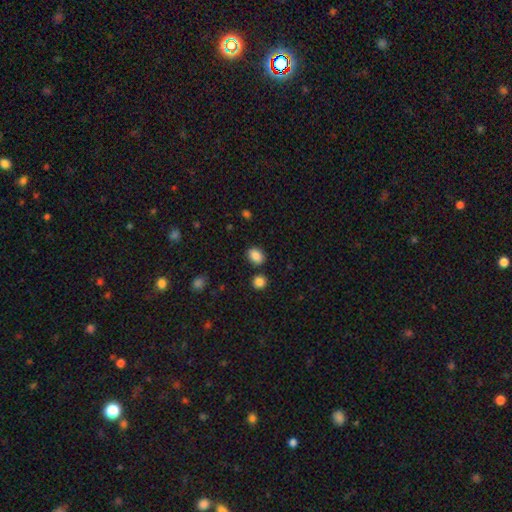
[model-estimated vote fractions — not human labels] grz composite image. It shows a smooth galaxy with no disk features (87%) that is in between round and cigar-shaped (63%). Merging: none (81%).